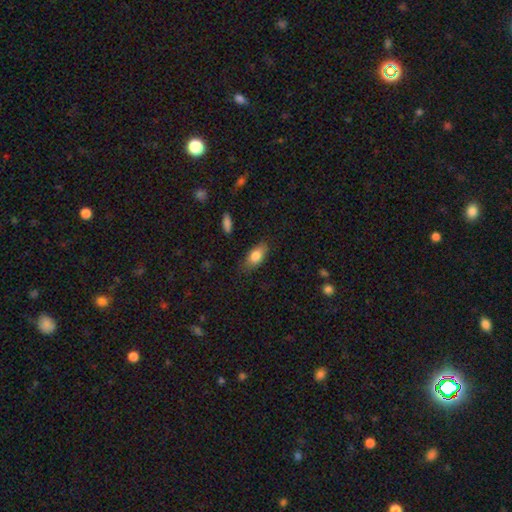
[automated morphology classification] Smooth or featured? Predicted: smooth (p=0.81). How rounded? Predicted: in between (p=0.86). Merging? Predicted: none (p=0.79).